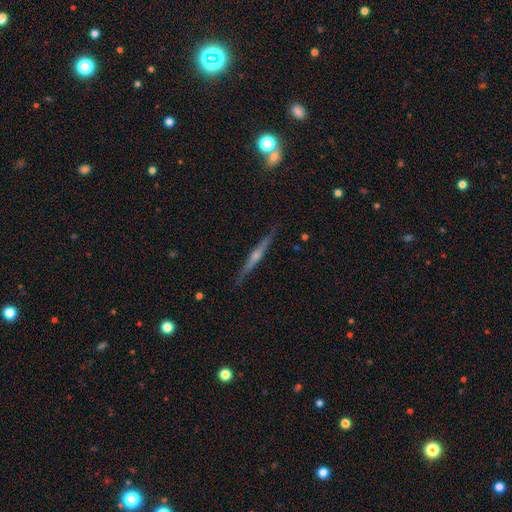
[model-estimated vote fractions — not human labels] Morphology: type=featured or disk (75%); edge-on=yes (98%); edge-on bulge=rounded (75%); merging=none (89%).